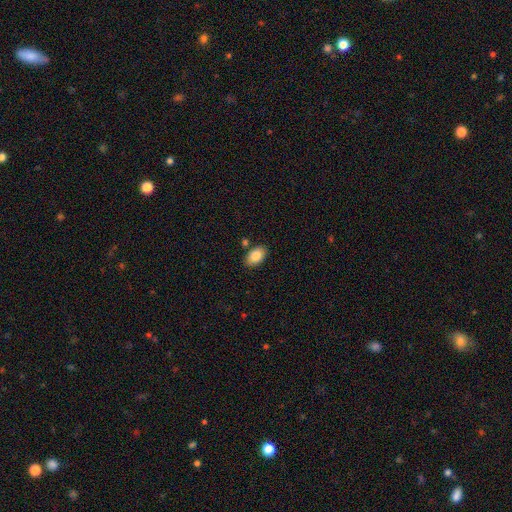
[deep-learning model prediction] smooth_or_featured: smooth (p=0.85) [alt: featured or disk p=0.08]
how_rounded: in between (p=0.92) [alt: round p=0.07]
merging: none (p=0.84) [alt: minor disturbance p=0.10]